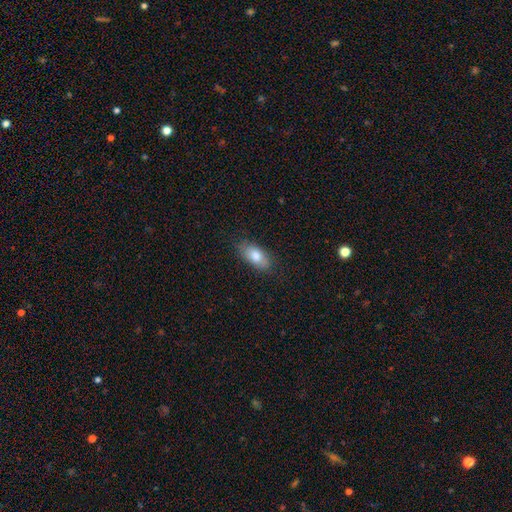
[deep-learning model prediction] The model was most divided on "smooth or featured": smooth: 81%, featured or disk: 12%, star or artifact: 7%. More confident: how rounded — in between (88%); merging — none (82%).